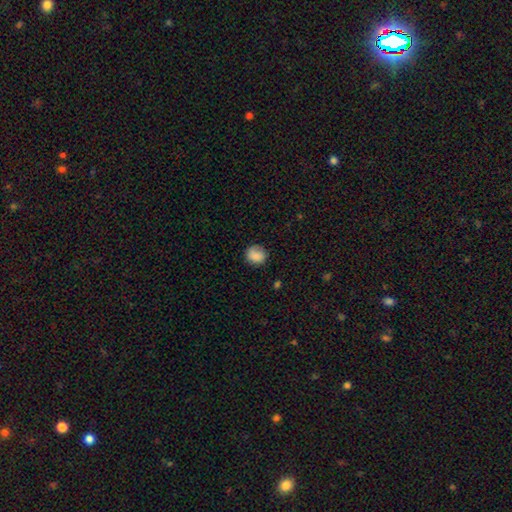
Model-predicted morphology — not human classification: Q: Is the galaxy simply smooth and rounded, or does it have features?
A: smooth — 86%.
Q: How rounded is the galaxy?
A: round — 76%.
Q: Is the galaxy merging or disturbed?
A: none — 77%.